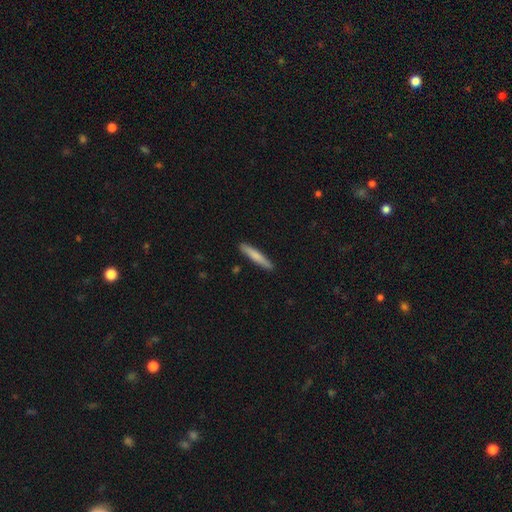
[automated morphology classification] The model was most divided on "smooth or featured": smooth: 76%, featured or disk: 19%, star or artifact: 5%. More confident: how rounded — cigar-shaped (93%); merging — none (90%).